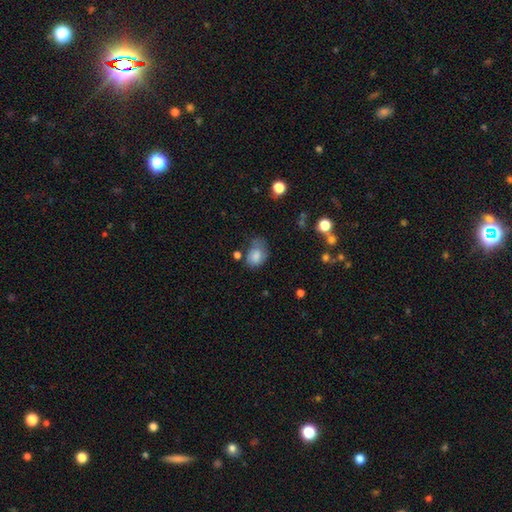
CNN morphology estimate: Smooth or featured? Predicted: smooth (p=0.75). How rounded? Predicted: in between (p=0.73). Merging? Predicted: none (p=0.42).